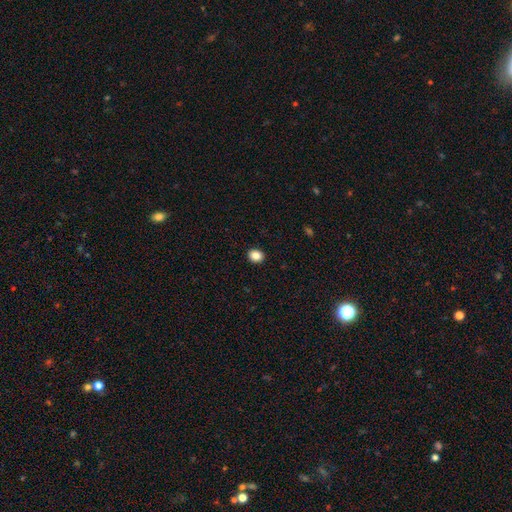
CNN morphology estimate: smooth 86%, star or artifact 10%, featured or disk 4%. Down the decision tree: how rounded — round (66%); merging — none (92%).